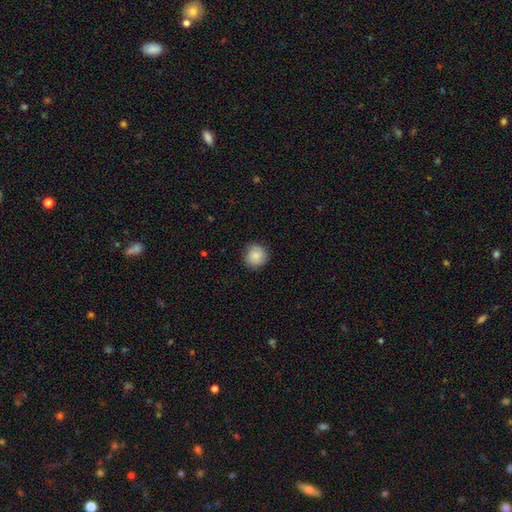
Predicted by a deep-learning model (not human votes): smooth 86%, star or artifact 7%, featured or disk 6%. Down the decision tree: how rounded — round (93%); merging — none (85%).